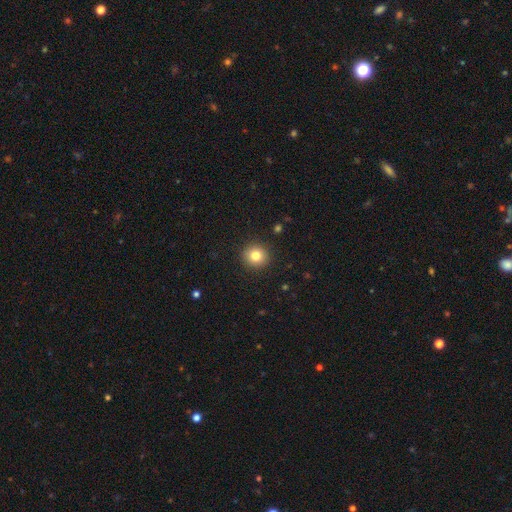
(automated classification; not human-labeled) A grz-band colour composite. It shows a smooth galaxy with no disk features (81%) that is round (93%). Merging: none (92%).